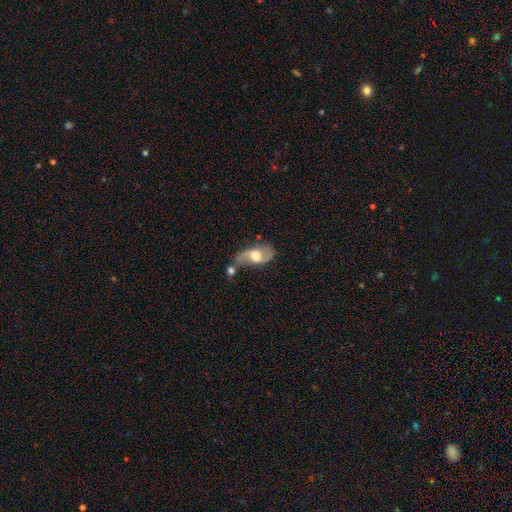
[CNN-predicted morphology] featured or disk 63%, smooth 30%, star or artifact 6%. Down the decision tree: edge-on disk — no (92%); bar — no (49%); spiral arms — yes (80%); bulge size — moderate (67%); merging — none (40%).